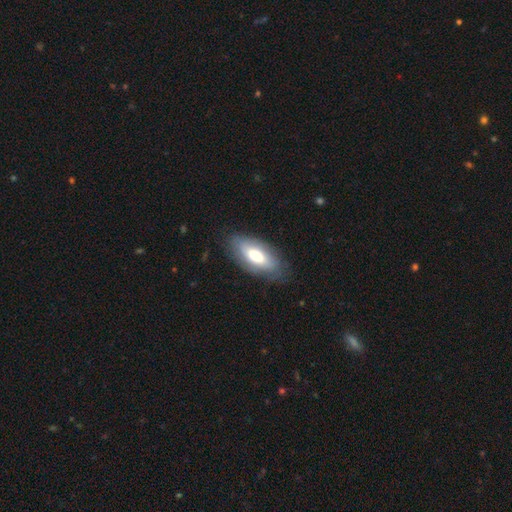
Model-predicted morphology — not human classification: Smooth or featured: smooth — 67% (featured or disk — 27%)
How rounded: in between — 87% (cigar-shaped — 11%)
Merging: none — 79% (minor disturbance — 15%)